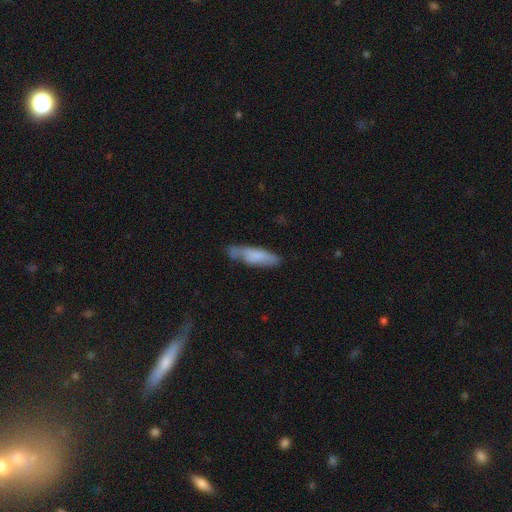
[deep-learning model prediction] Smooth or featured? smooth (68%)
How rounded? cigar-shaped (61%)
Merging? none (55%)